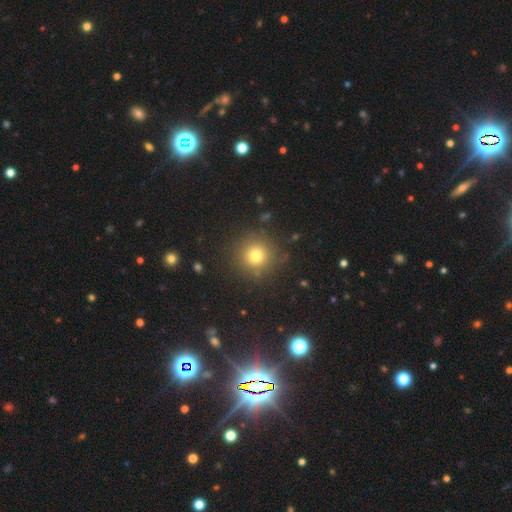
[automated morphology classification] This appears to be a smooth galaxy with no disk features (75%) that is round (94%). Merging: none (87%).